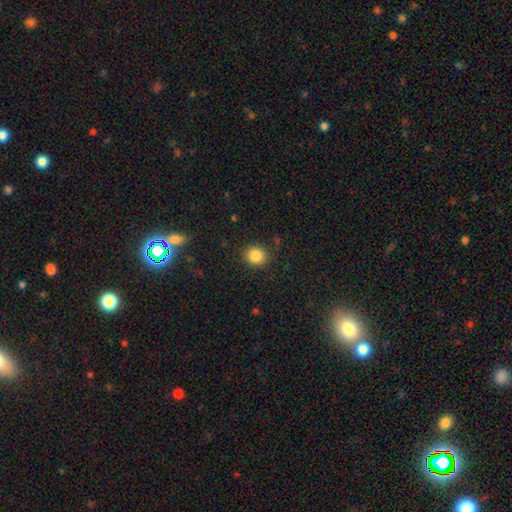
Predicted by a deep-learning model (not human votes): Morphology: type=smooth (85%); roundness=round (85%); merging=none (87%).